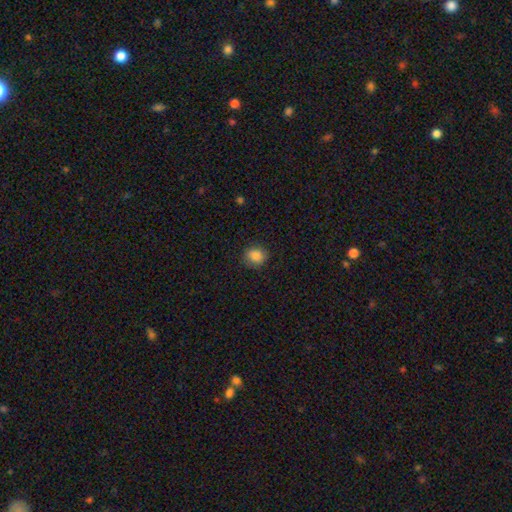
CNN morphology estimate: The model was most divided on "how rounded": round: 77%, in between: 22%, cigar-shaped: 1%. More confident: smooth or featured — smooth (86%); merging — none (84%).